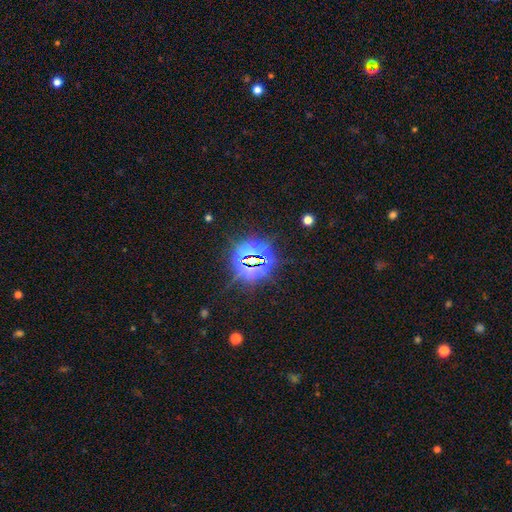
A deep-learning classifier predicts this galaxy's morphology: Q: Smooth or featured?
A: star or artifact (81%); runner-up: smooth (11%)